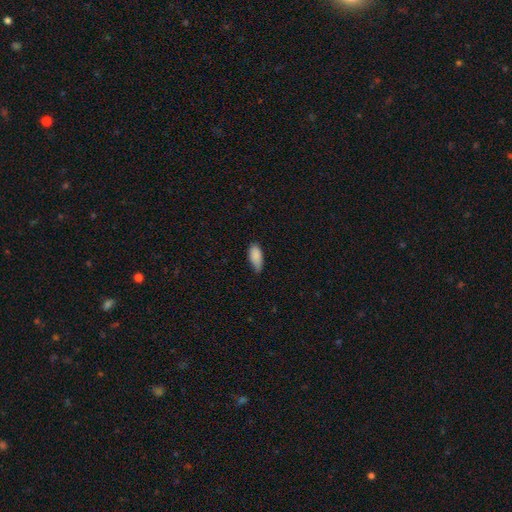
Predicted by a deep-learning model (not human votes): smooth 87%, star or artifact 7%, featured or disk 5%. Down the decision tree: how rounded — in between (88%); merging — none (51%).